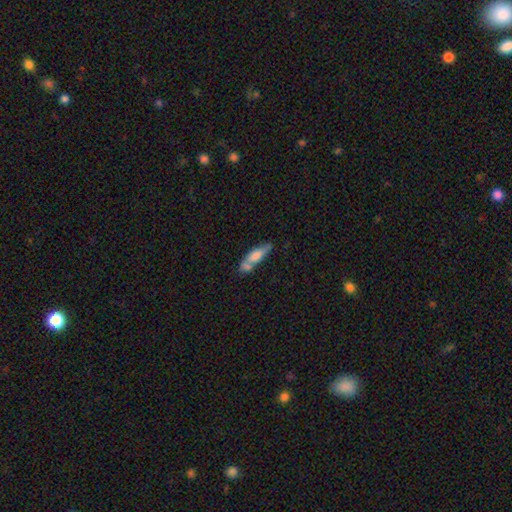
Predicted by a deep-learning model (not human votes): Smooth or featured?
  - smooth: 64% *
  - featured or disk: 29%
  - star or artifact: 7%
How rounded?
  - cigar-shaped: 57% *
  - in between: 40%
  - round: 3%
Merging?
  - none: 46% *
  - merger: 29%
  - minor disturbance: 19%
  - major disturbance: 6%